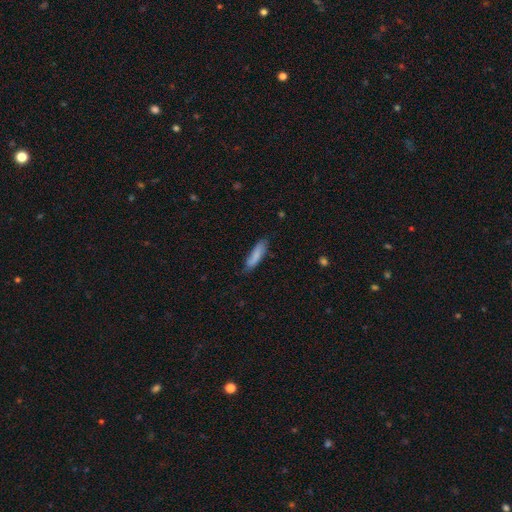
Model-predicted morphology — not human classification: Smooth or featured?
  - smooth: 81% *
  - featured or disk: 12%
  - star or artifact: 6%
How rounded?
  - cigar-shaped: 61% *
  - in between: 38%
  - round: 2%
Merging?
  - none: 68% *
  - minor disturbance: 25%
  - major disturbance: 5%
  - merger: 2%